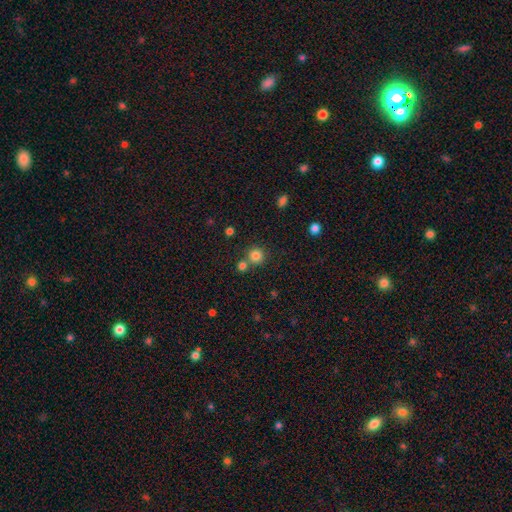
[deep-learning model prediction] Smooth or featured? smooth (81%)
How rounded? round (92%)
Merging? none (68%)